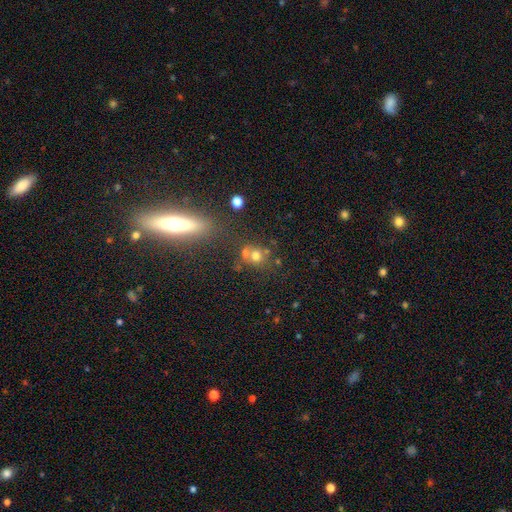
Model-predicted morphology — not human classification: Q: Smooth or featured?
A: smooth (67%); runner-up: star or artifact (19%)
Q: How rounded?
A: round (79%); runner-up: in between (20%)
Q: Merging?
A: none (49%); runner-up: merger (36%)